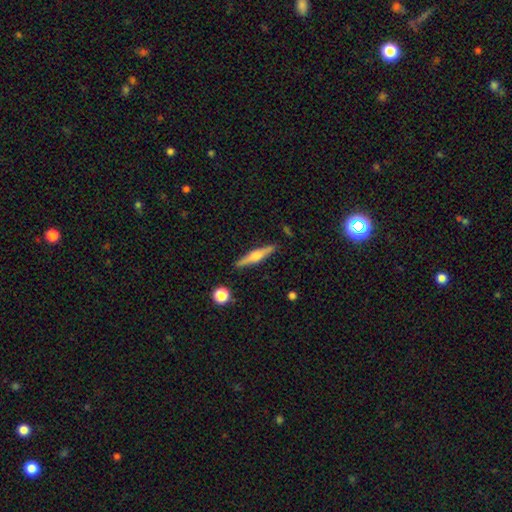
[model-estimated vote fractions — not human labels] smooth_or_featured: featured or disk (p=0.67) [alt: smooth p=0.26]
disk_edge_on: yes (p=0.98) [alt: no p=0.02]
edge_on_bulge: rounded (p=0.85) [alt: boxy p=0.11]
merging: none (p=0.90) [alt: minor disturbance p=0.07]